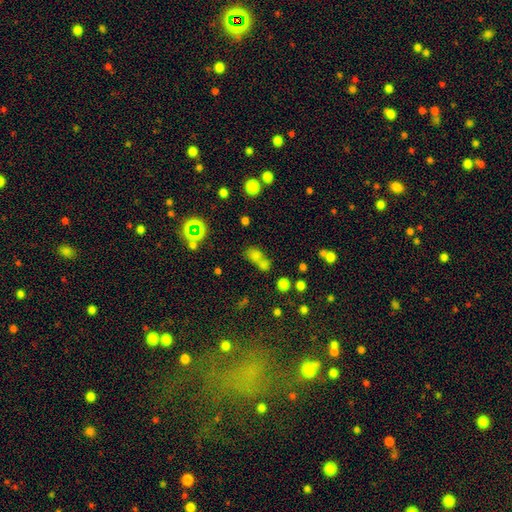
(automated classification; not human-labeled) A smooth galaxy with no disk features (62%) that is in between round and cigar-shaped (53%). Merging: merger (52%).